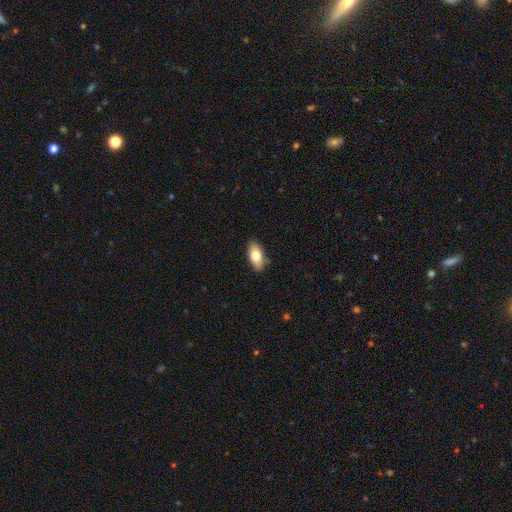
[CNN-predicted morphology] Q: Smooth or featured?
A: smooth (75%); runner-up: featured or disk (18%)
Q: How rounded?
A: in between (90%); runner-up: cigar-shaped (7%)
Q: Merging?
A: none (86%); runner-up: minor disturbance (11%)